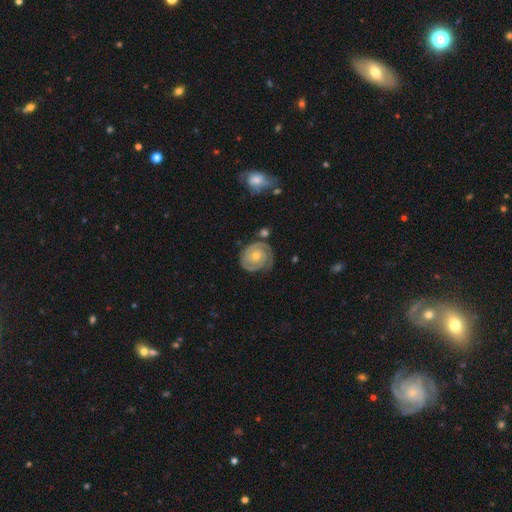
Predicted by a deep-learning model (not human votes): Smooth or featured: featured or disk — 81% (smooth — 13%)
Edge-on disk: no — 98% (yes — 2%)
Bar: no — 82% (weak — 15%)
Spiral arms: yes — 93% (no — 7%)
Spiral winding: tight — 78% (medium — 17%)
Spiral arm count: 2 — 54% (can't tell — 20%)
Bulge size: moderate — 51% (small — 46%)
Merging: none — 72% (minor disturbance — 18%)